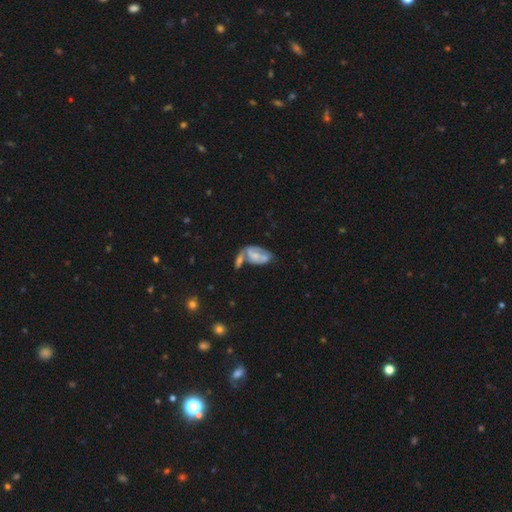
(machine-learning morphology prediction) type=featured or disk (50%); merging=merger (44%).